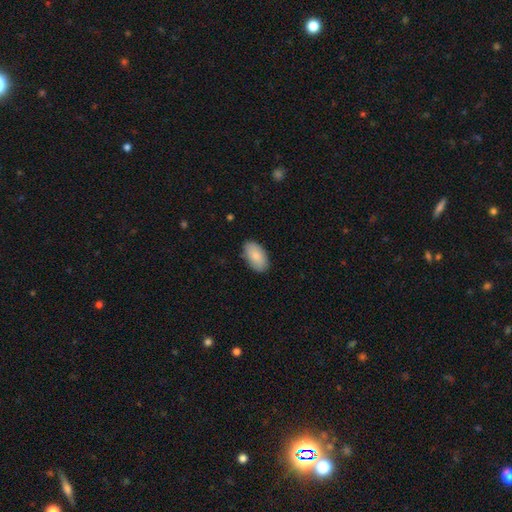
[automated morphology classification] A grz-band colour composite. It shows a smooth galaxy with no disk features (86%) that is in between round and cigar-shaped (95%). Merging: none (85%).